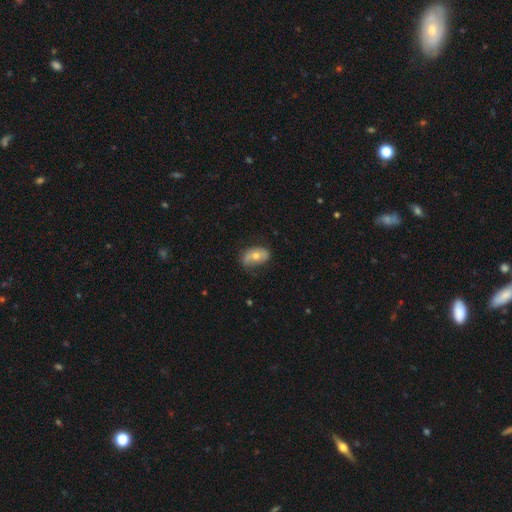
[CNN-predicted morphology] This is possibly a smooth galaxy (57%). How rounded: clearly in between (88%). Merging: likely none (63%).